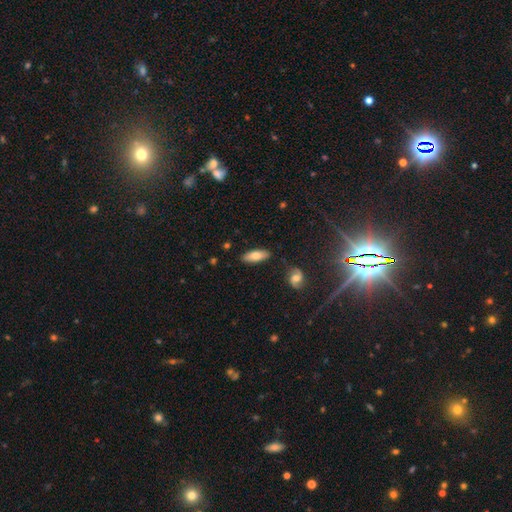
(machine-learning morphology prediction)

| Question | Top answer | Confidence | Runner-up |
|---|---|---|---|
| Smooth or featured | smooth | 74% | featured or disk (20%) |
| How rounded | in between | 72% | cigar-shaped (26%) |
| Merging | none | 84% | minor disturbance (11%) |